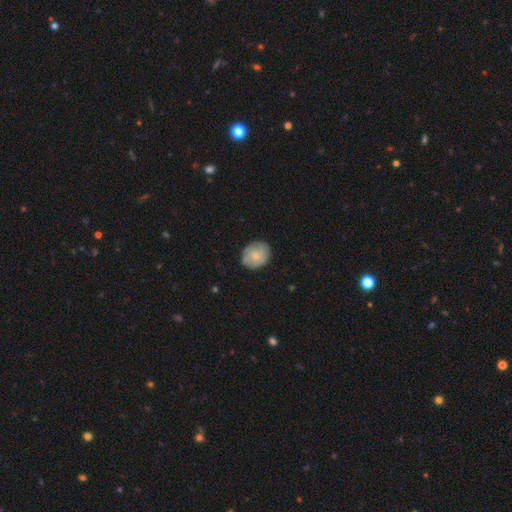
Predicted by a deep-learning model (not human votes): A smooth galaxy with no disk features (65%) that is round (61%). Merging: none (77%).